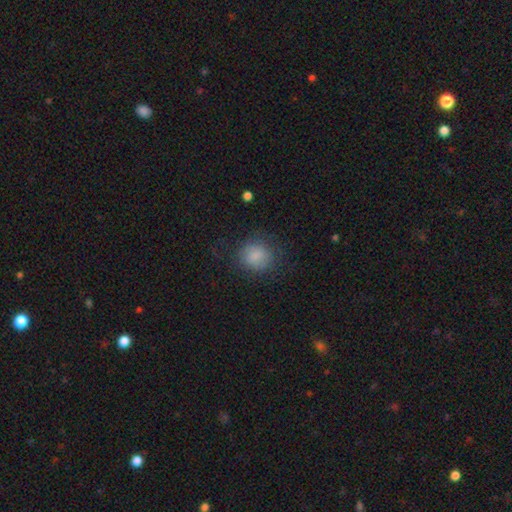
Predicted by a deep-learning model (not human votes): Morphology: type=smooth (80%); roundness=round (75%); merging=none (72%).